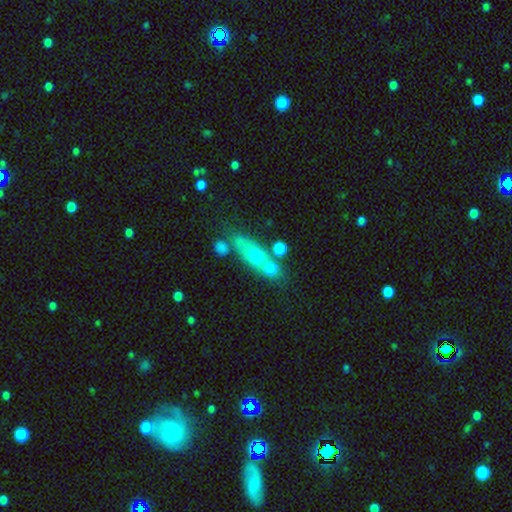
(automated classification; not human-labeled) A smooth galaxy with no disk features (50%). Merging: none (51%).